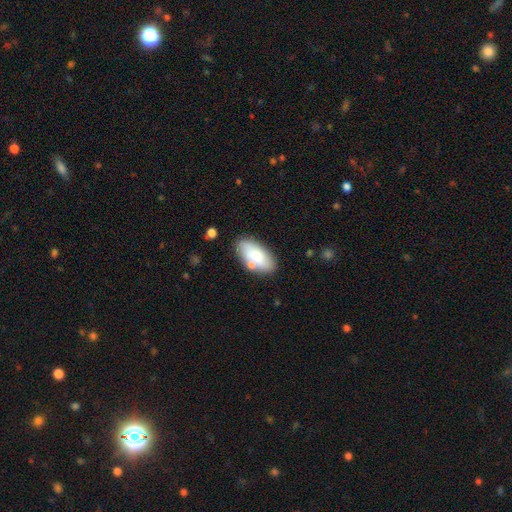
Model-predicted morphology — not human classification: Smooth or featured: smooth — 75% (featured or disk — 18%)
How rounded: in between — 92% (cigar-shaped — 5%)
Merging: none — 69% (minor disturbance — 16%)